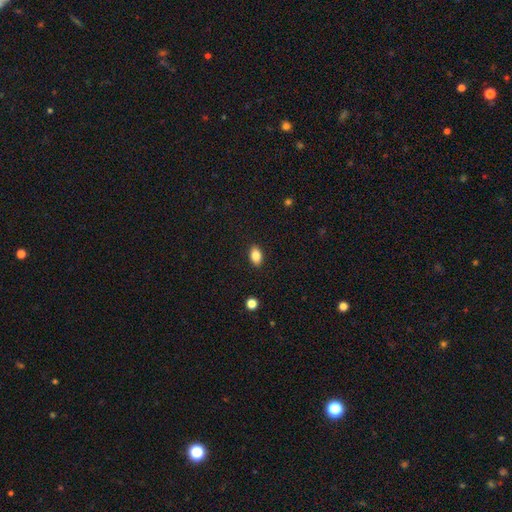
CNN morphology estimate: A smooth galaxy with no disk features (84%) that is in between round and cigar-shaped (88%). Merging: none (89%).